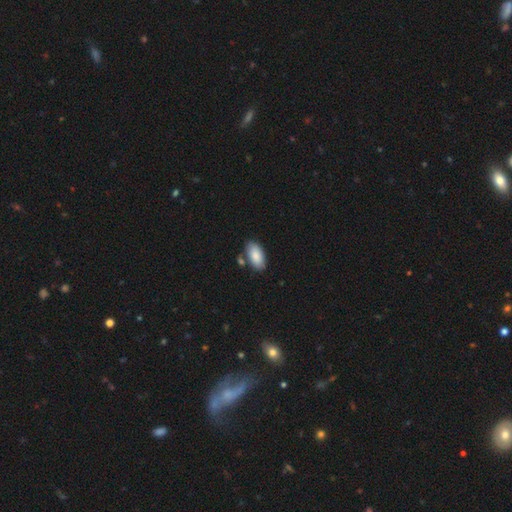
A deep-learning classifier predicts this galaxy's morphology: This is clearly a smooth galaxy (86%). How rounded: clearly in between (94%). Merging: likely none (72%).